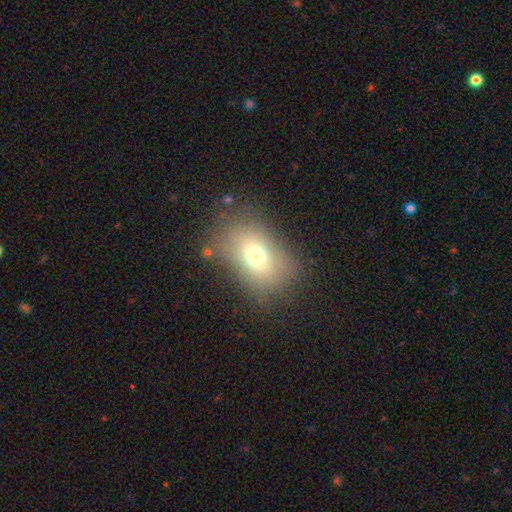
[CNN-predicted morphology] A smooth galaxy with no disk features (70%) that is in between round and cigar-shaped (79%). Merging: none (73%).